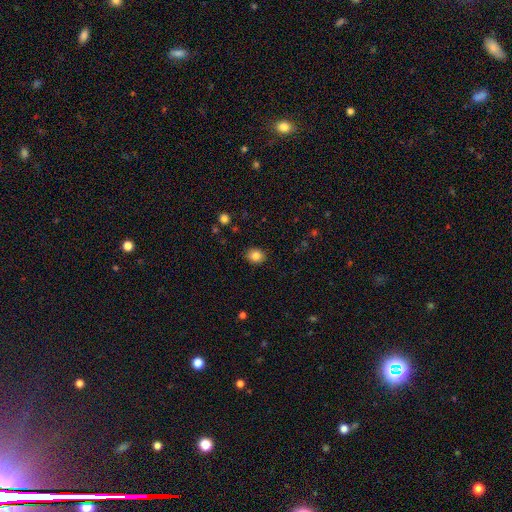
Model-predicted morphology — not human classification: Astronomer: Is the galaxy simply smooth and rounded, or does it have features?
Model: smooth — 84%.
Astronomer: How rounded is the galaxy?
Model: round — 61% (runner-up: in between, 38%).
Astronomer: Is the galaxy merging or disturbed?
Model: none — 89%.